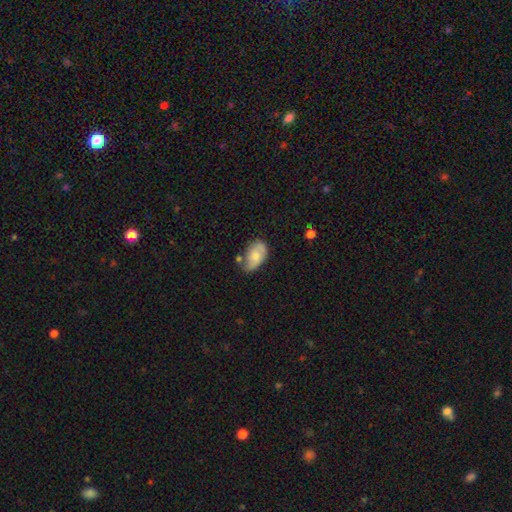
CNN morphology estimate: Smooth or featured? smooth (62%)
How rounded? in between (92%)
Merging? none (46%)